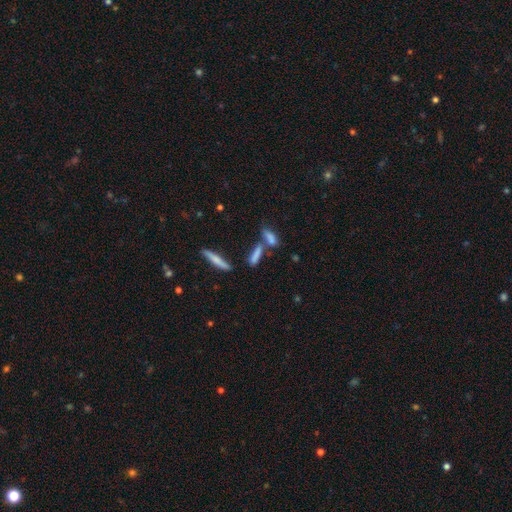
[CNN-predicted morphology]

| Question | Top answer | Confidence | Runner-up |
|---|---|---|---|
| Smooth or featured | smooth | 69% | featured or disk (19%) |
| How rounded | cigar-shaped | 63% | in between (34%) |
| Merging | none | 51% | merger (32%) |